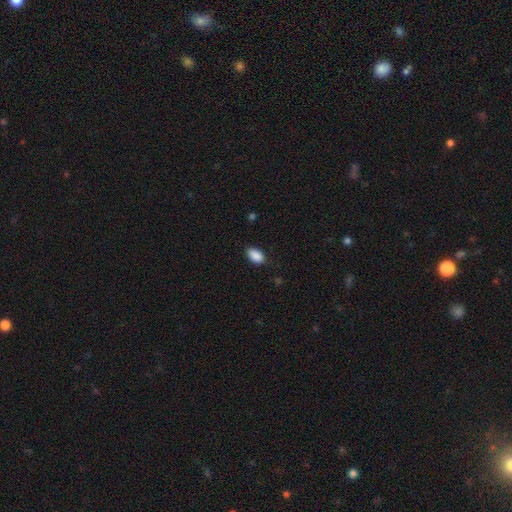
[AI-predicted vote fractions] smooth_or_featured: smooth (p=0.89) [alt: star or artifact p=0.07]
how_rounded: in between (p=0.92) [alt: round p=0.06]
merging: none (p=0.82) [alt: minor disturbance p=0.14]